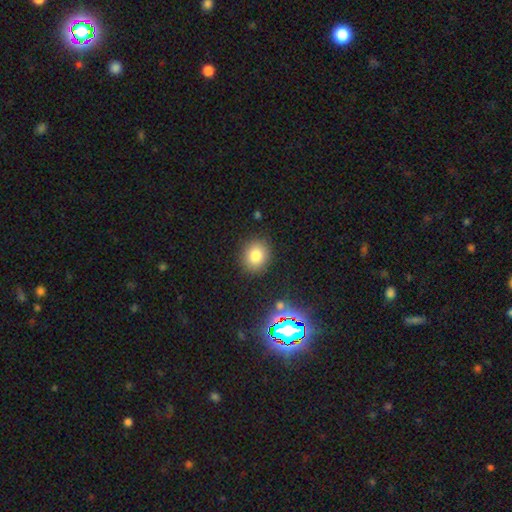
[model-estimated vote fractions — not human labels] smooth-or-featured: smooth: 79% | star or artifact: 13% | featured or disk: 7%
  how-rounded: round: 75% | in between: 24% | cigar-shaped: 1%
  merging: none: 88% | minor disturbance: 8% | major disturbance: 3% | merger: 2%